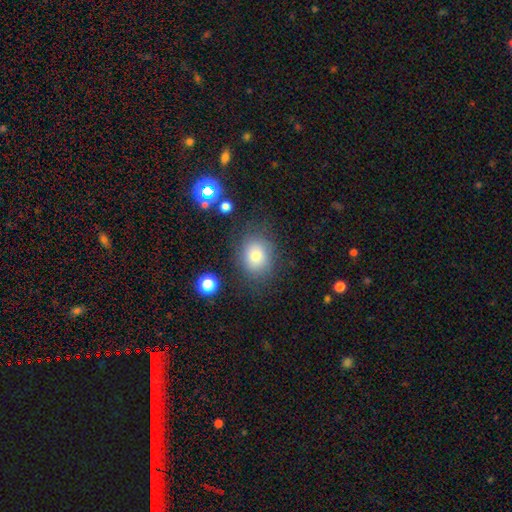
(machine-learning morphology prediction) Overall: smooth (76%). How rounded: round (53%; in between 46%). Merging: none (73%).